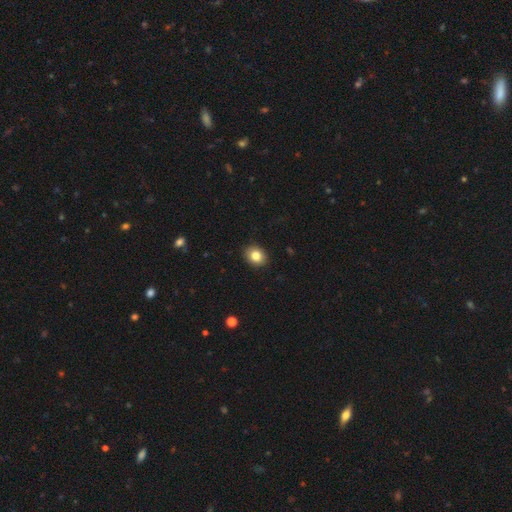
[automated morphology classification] smooth 83%, star or artifact 10%, featured or disk 7%. Down the decision tree: how rounded — round (51%); merging — none (90%).